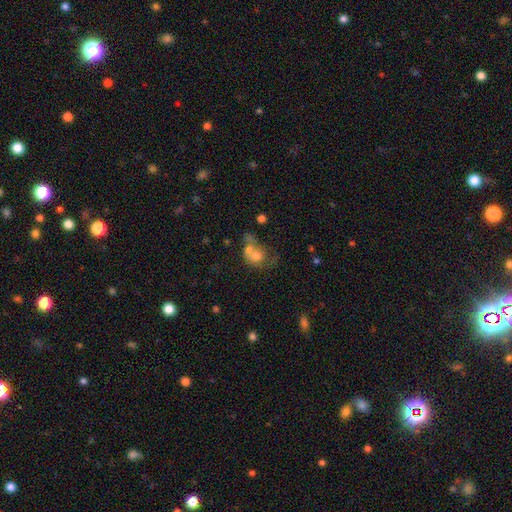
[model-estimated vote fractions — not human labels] Smooth or featured: smooth — 64% (featured or disk — 25%)
How rounded: round — 65% (in between — 34%)
Merging: merger — 66% (none — 17%)